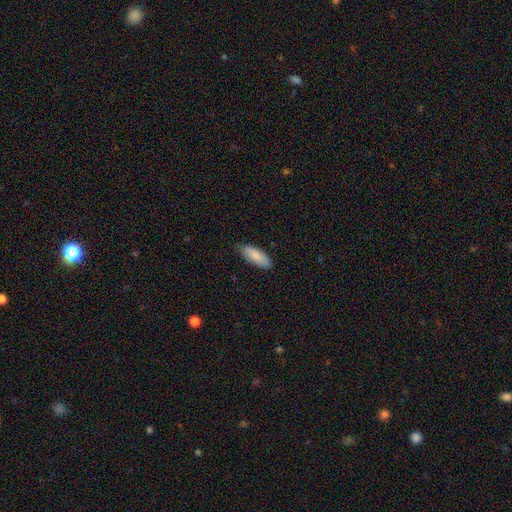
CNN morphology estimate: smooth-or-featured: smooth: 87% | featured or disk: 8% | star or artifact: 5%
  how-rounded: in between: 73% | cigar-shaped: 26% | round: 1%
  merging: none: 81% | minor disturbance: 16% | major disturbance: 2% | merger: 1%